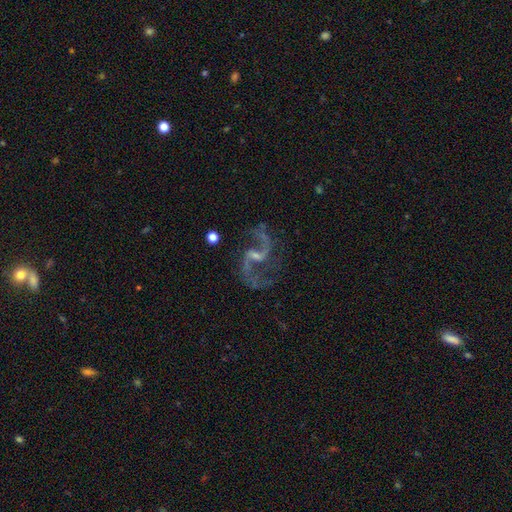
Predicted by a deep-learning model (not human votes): This is clearly a featured or disk galaxy (92%). It is clearly not viewed edge-on (98%). Bar: possibly weak (56%). Spiral arm pattern: clearly yes (98%). Spiral arm count: clearly 2 (93%). Spiral winding: likely loose (63%). Central bulge: possibly small (58%). Merging: likely none (71%).